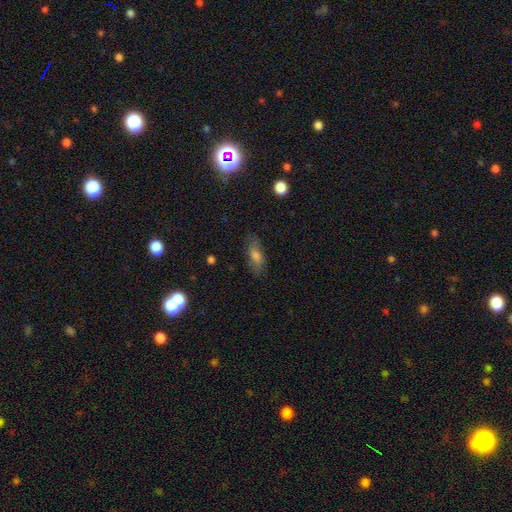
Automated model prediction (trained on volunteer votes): The model was most divided on "how rounded": in between: 71%, cigar-shaped: 25%, round: 4%. More confident: merging — none (75%); smooth or featured — smooth (69%).